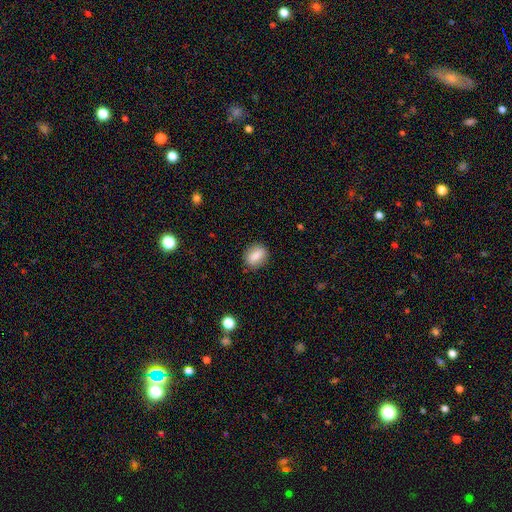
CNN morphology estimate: This appears to be a smooth galaxy with no disk features (81%) that is in between round and cigar-shaped (65%). Merging: none (87%).